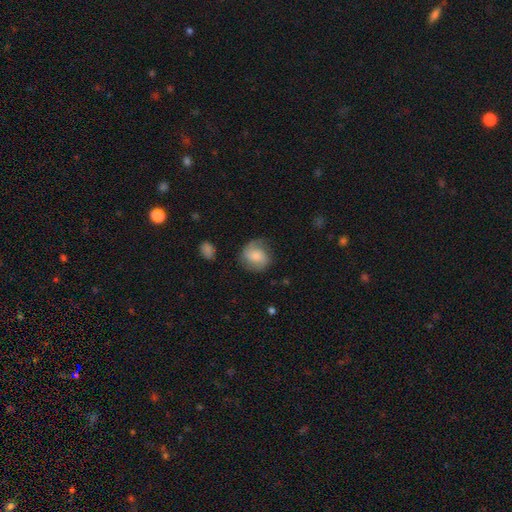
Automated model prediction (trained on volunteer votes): A smooth galaxy with no disk features (51%) that is round (73%). Merging: none (67%).